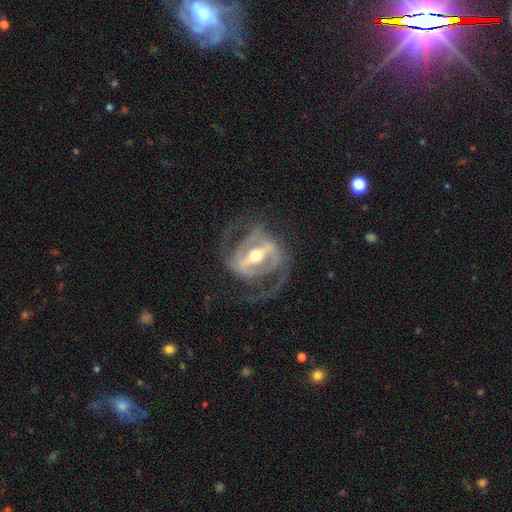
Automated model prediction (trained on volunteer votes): This appears to be a featured or disk galaxy (91%) with a strong bar (74%), 2 (85%) medium (50%) spiral arms (91%) and a moderate central bulge (69%). Merging: none (69%).